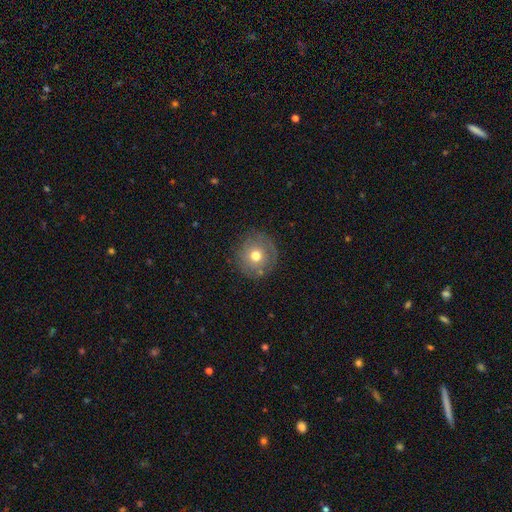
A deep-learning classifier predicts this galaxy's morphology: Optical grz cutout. It shows a smooth galaxy with no disk features (64%) that is round (93%). Merging: none (81%).